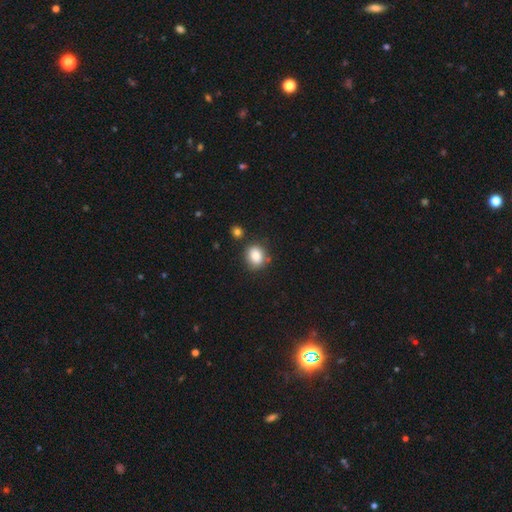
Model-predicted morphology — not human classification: type=smooth (85%); roundness=round (59%); merging=none (74%).